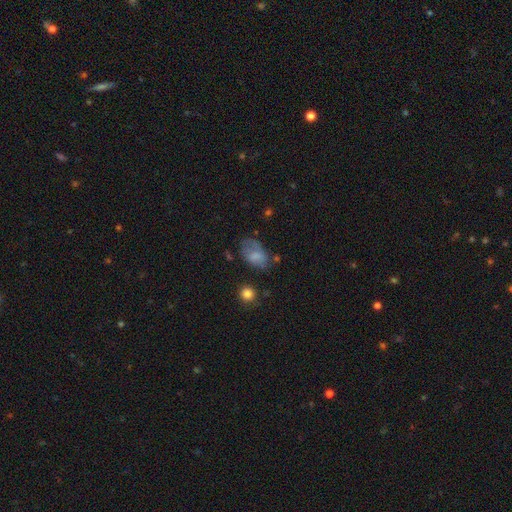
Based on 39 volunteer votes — Smooth or featured: smooth — 82% (star or artifact — 10%)
How rounded: in between — 88% (round — 9%)
Merging: none — 43% (minor disturbance — 34%)